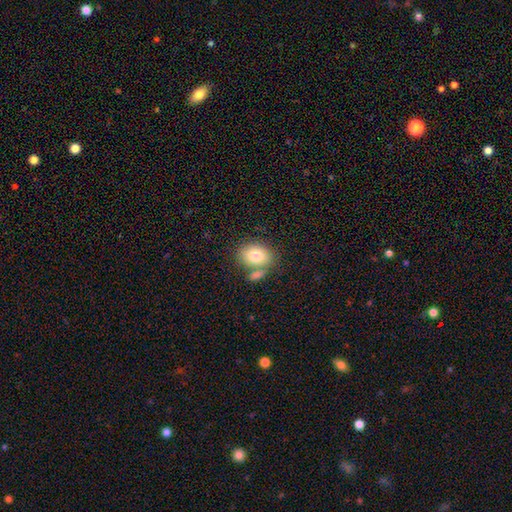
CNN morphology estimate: type=smooth (80%); roundness=in between (71%); merging=none (57%).